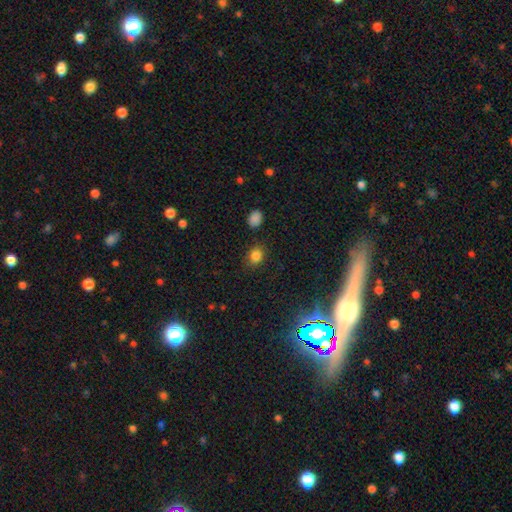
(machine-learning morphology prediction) Smooth or featured? smooth (82%)
How rounded? in between (50%)
Merging? none (79%)